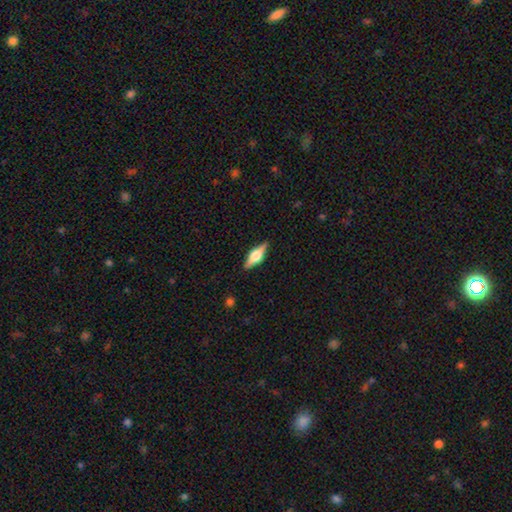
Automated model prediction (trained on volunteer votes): Overall: featured or disk (65%; smooth 29%). Edge-on disk: yes (96%). Edge-on bulge: rounded (92%). Merging: none (89%).